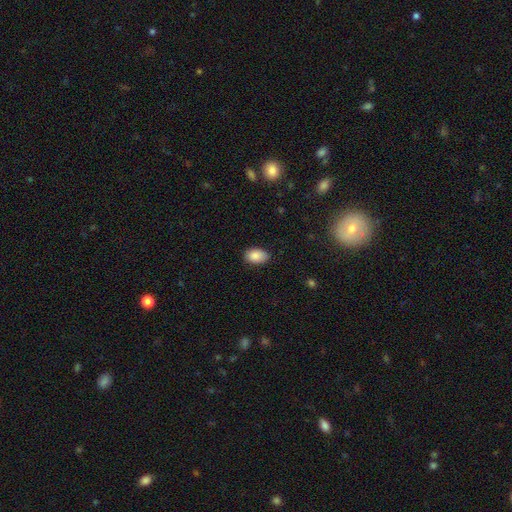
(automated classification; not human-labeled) A smooth galaxy with no disk features (88%) that is in between round and cigar-shaped (89%).

Vote fractions:
- Smooth or featured? smooth: 88% / star or artifact: 8% / featured or disk: 5%
- How rounded? in between: 89% / round: 10% / cigar-shaped: 1%
- Merging? none: 78% / minor disturbance: 18% / major disturbance: 3% / merger: 1%